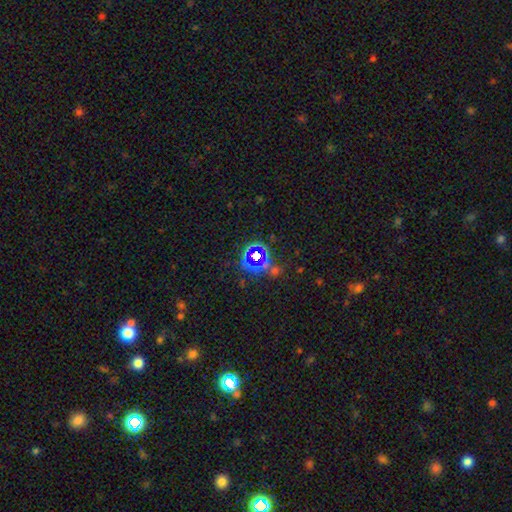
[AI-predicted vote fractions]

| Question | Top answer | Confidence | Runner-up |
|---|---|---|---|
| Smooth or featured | star or artifact | 67% | smooth (20%) |